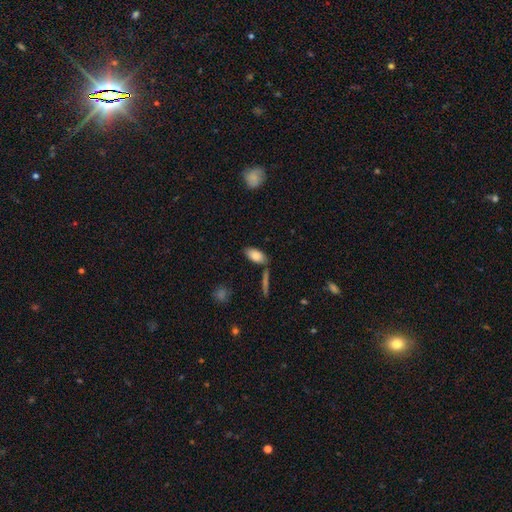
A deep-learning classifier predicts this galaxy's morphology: A smooth galaxy with no disk features (84%) that is in between round and cigar-shaped (91%). Merging: none (73%).